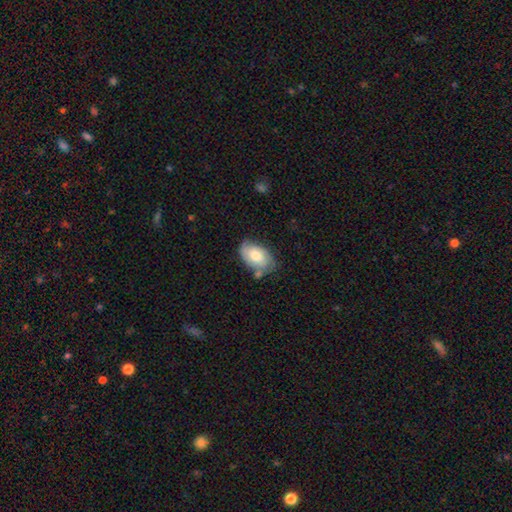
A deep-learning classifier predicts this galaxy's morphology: This is likely a smooth galaxy (65%). How rounded: clearly in between (90%). Merging: possibly none (57%).